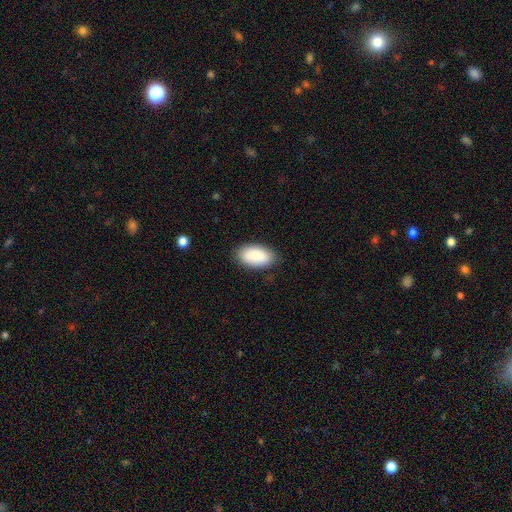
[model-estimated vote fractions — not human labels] Smooth or featured? smooth (87%)
How rounded? in between (94%)
Merging? none (84%)